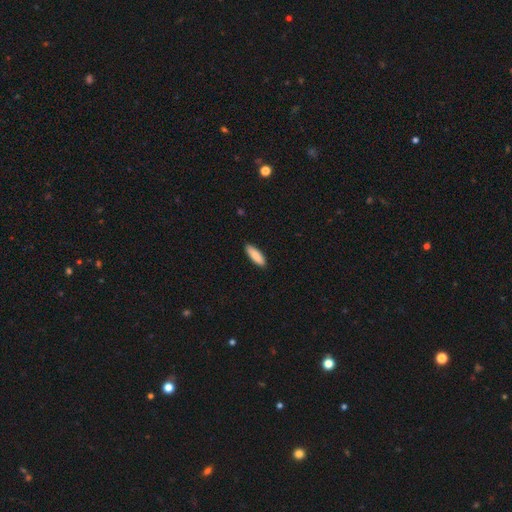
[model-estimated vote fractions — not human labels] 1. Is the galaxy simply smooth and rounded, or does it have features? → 87% smooth, 8% featured or disk, 5% star or artifact.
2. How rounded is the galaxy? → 52% in between, 47% cigar-shaped, 2% round.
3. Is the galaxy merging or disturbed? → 89% none, 8% minor disturbance, 2% major disturbance, 1% merger.